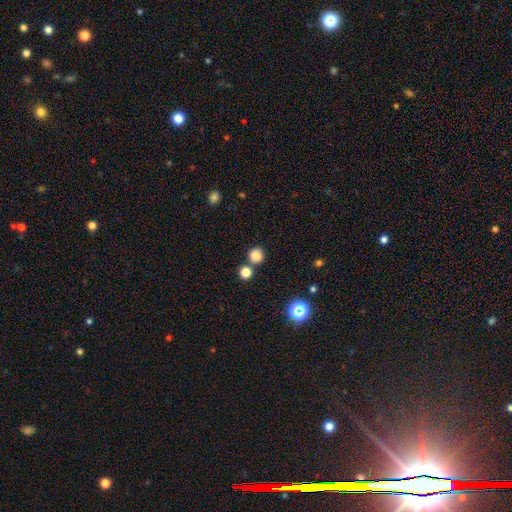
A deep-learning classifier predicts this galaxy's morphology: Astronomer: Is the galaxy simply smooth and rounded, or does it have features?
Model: smooth — 82%.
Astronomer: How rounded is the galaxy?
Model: round — 89%.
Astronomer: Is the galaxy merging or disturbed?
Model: none — 73%.